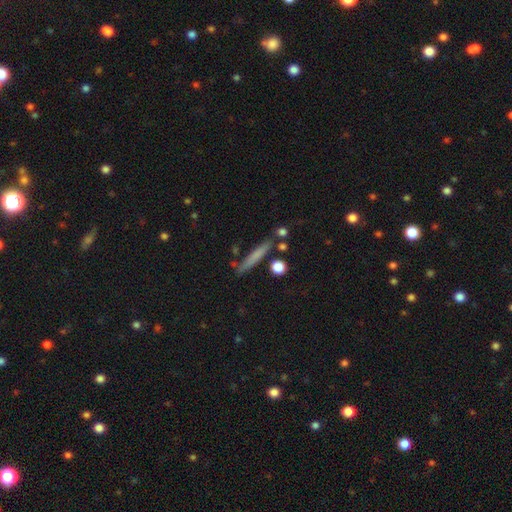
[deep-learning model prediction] Smooth or featured: smooth — 66% (featured or disk — 26%)
How rounded: cigar-shaped — 92% (in between — 5%)
Merging: none — 79% (minor disturbance — 12%)